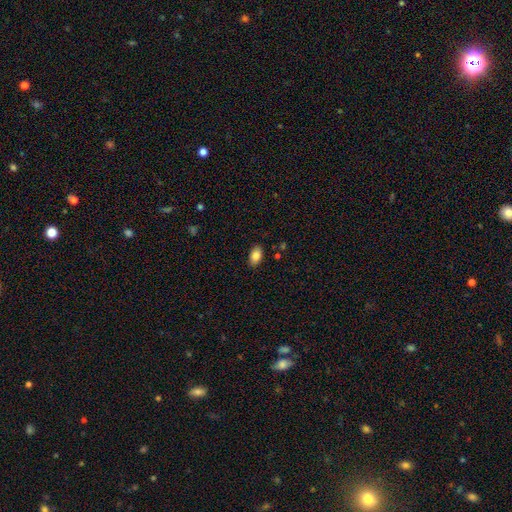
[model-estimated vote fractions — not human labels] Smooth or featured? smooth (83%)
How rounded? in between (90%)
Merging? none (87%)